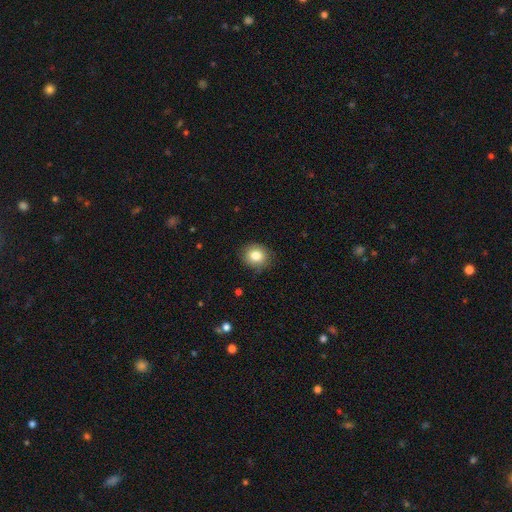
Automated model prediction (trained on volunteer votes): Q: Smooth or featured?
A: smooth (82%); runner-up: star or artifact (10%)
Q: How rounded?
A: round (78%); runner-up: in between (21%)
Q: Merging?
A: none (86%); runner-up: minor disturbance (10%)